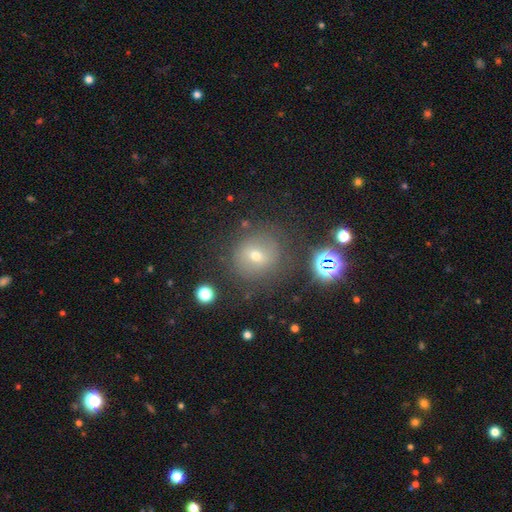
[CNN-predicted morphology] A smooth galaxy with no disk features (53%) that is round (86%).

Vote fractions:
- Smooth or featured? smooth: 53% / featured or disk: 24% / star or artifact: 24%
- How rounded? round: 86% / in between: 13% / cigar-shaped: 1%
- Merging? none: 77% / minor disturbance: 13% / major disturbance: 6% / merger: 4%